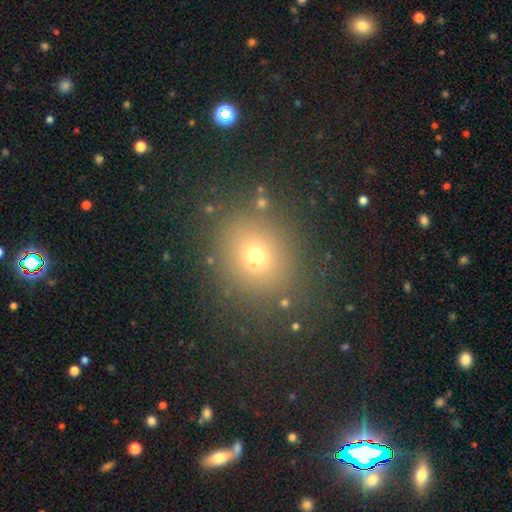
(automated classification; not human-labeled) smooth-or-featured: smooth: 62% | star or artifact: 26% | featured or disk: 12%
  how-rounded: round: 72% | in between: 26% | cigar-shaped: 1%
  merging: none: 76% | minor disturbance: 10% | merger: 9% | major disturbance: 5%